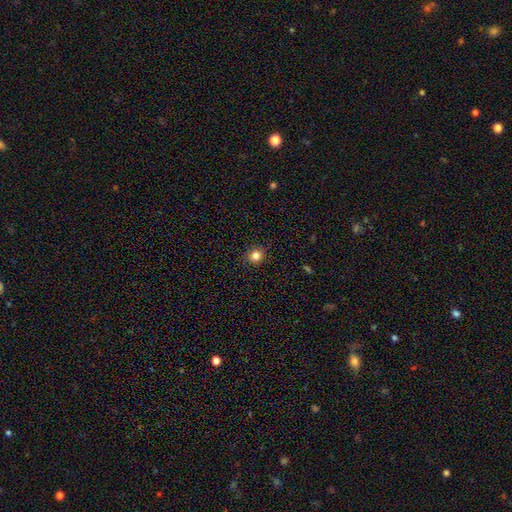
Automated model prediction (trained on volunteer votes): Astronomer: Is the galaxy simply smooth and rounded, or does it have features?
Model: smooth — 81%.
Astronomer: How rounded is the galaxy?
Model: round — 86%.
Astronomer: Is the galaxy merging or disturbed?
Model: none — 89%.